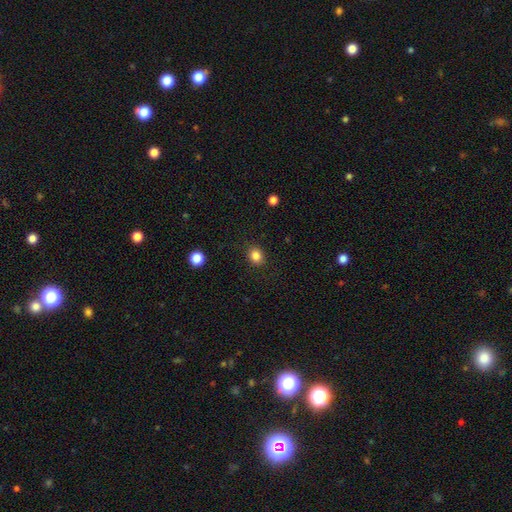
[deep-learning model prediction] Smooth or featured: smooth — 84% (star or artifact — 11%)
How rounded: round — 66% (in between — 33%)
Merging: none — 88% (minor disturbance — 8%)